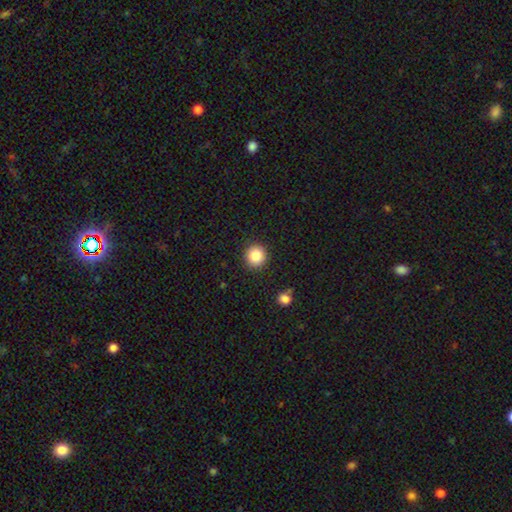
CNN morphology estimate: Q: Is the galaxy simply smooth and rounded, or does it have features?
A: smooth — 85%.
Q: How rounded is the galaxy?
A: round — 93%.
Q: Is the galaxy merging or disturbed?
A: none — 90%.